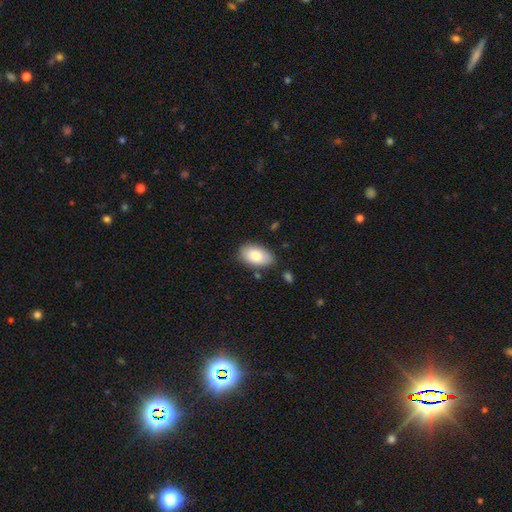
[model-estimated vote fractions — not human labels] The model was most divided on "merging": none: 81%, minor disturbance: 14%, merger: 3%, major disturbance: 3%. More confident: how rounded — in between (93%); smooth or featured — smooth (81%).